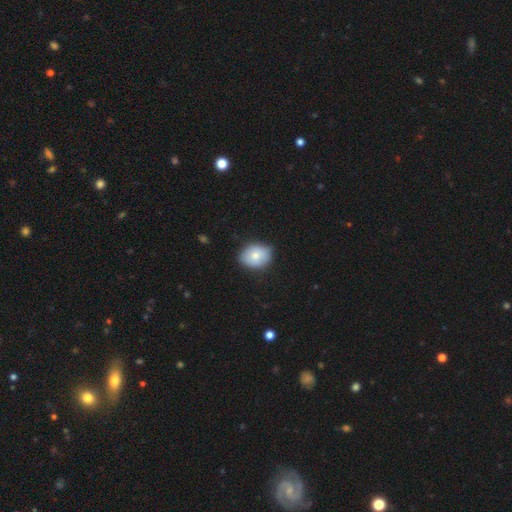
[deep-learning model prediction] Smooth or featured? smooth (78%)
How rounded? in between (56%)
Merging? none (79%)